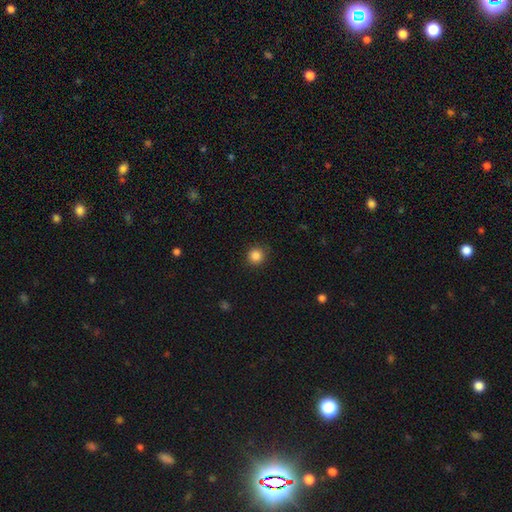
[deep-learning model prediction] This is clearly a smooth galaxy (85%). How rounded: clearly round (92%). Merging: clearly none (88%).